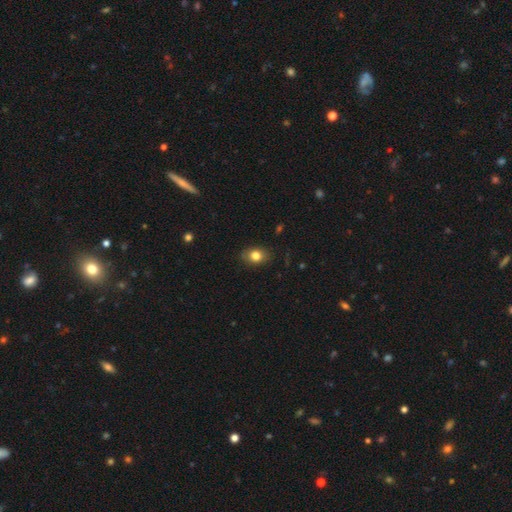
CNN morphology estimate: A smooth galaxy with no disk features (81%) that is in between round and cigar-shaped (65%). Merging: none (82%).